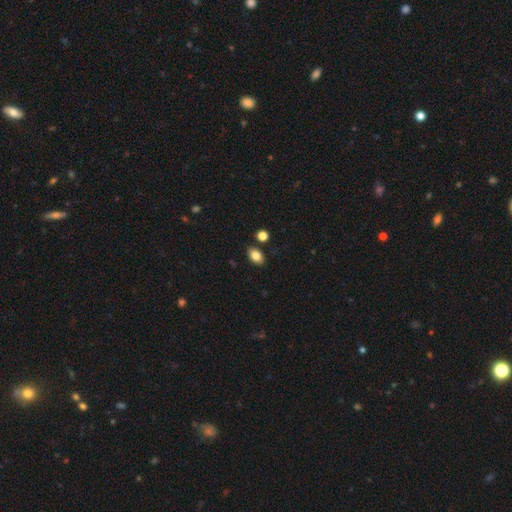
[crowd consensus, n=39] smooth-or-featured: smooth: 79% | featured or disk: 13% | star or artifact: 8%
  how-rounded: in between: 94% | round: 6% | cigar-shaped: 0%
  merging: none: 92% | merger: 6% | minor disturbance: 3% | major disturbance: 0%